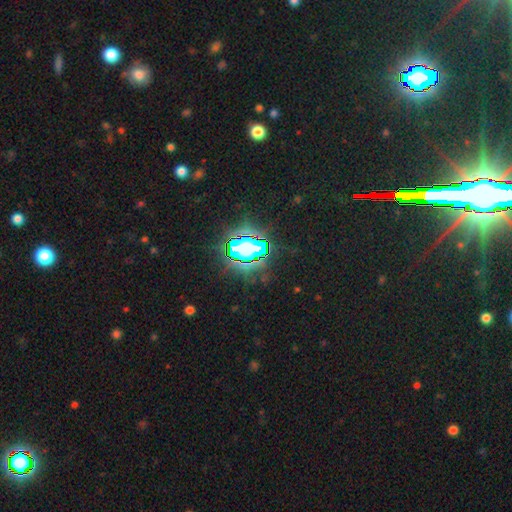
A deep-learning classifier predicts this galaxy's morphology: Q: Smooth or featured?
A: star or artifact (83%); runner-up: smooth (9%)